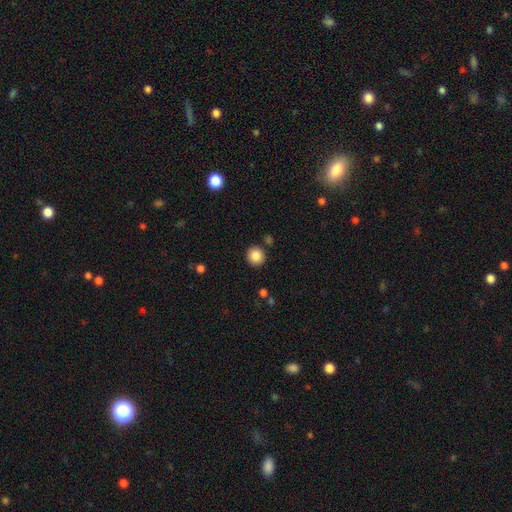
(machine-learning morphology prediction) Q: Smooth or featured?
A: smooth (86%); runner-up: star or artifact (9%)
Q: How rounded?
A: round (92%); runner-up: in between (7%)
Q: Merging?
A: none (89%); runner-up: minor disturbance (6%)